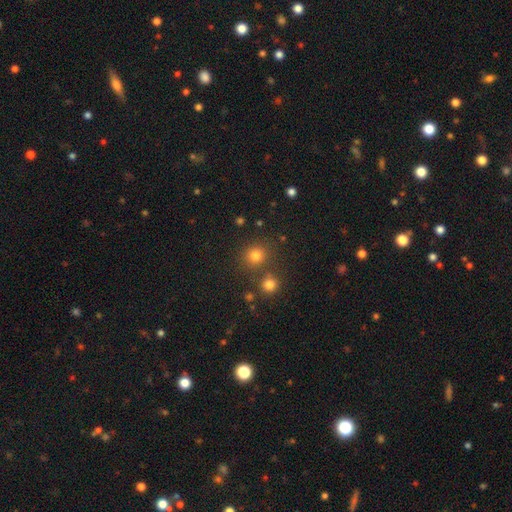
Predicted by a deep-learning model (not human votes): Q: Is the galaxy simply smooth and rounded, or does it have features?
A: smooth — 77%.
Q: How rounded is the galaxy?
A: round — 87%.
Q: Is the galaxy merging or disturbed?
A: none — 77%.